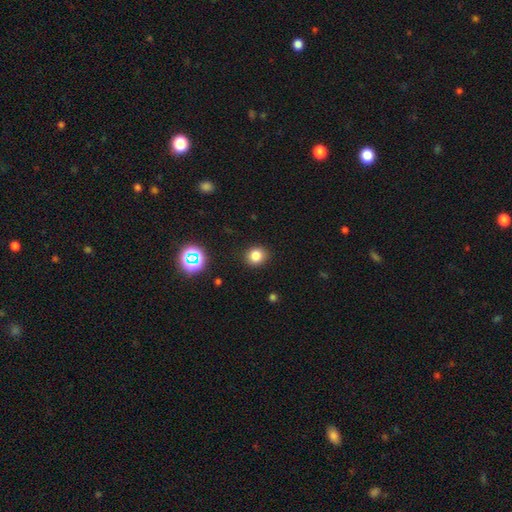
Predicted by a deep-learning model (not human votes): smooth_or_featured: smooth (p=0.80) [alt: star or artifact p=0.14]
how_rounded: round (p=0.81) [alt: in between p=0.18]
merging: none (p=0.90) [alt: minor disturbance p=0.07]